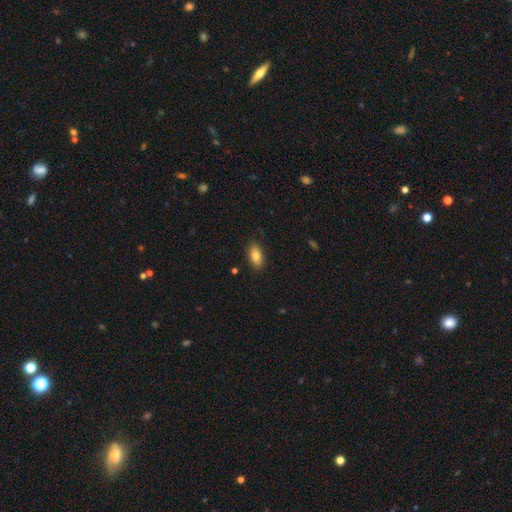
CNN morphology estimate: Overall: smooth (82%). How rounded: in between (90%). Merging: none (86%).